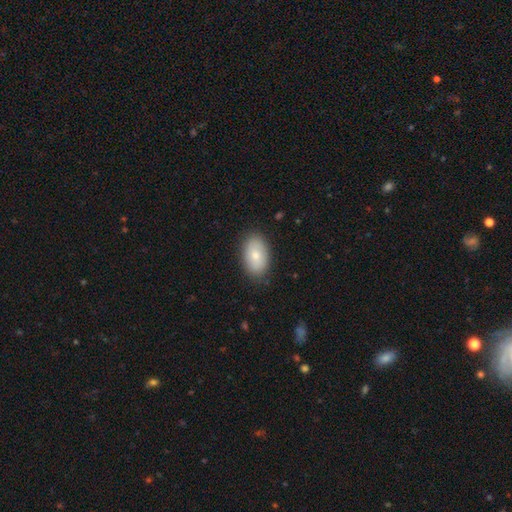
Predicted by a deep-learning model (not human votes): Smooth or featured?
  - smooth: 77% *
  - featured or disk: 17%
  - star or artifact: 6%
How rounded?
  - in between: 92% *
  - round: 7%
  - cigar-shaped: 1%
Merging?
  - none: 85% *
  - minor disturbance: 11%
  - major disturbance: 3%
  - merger: 1%